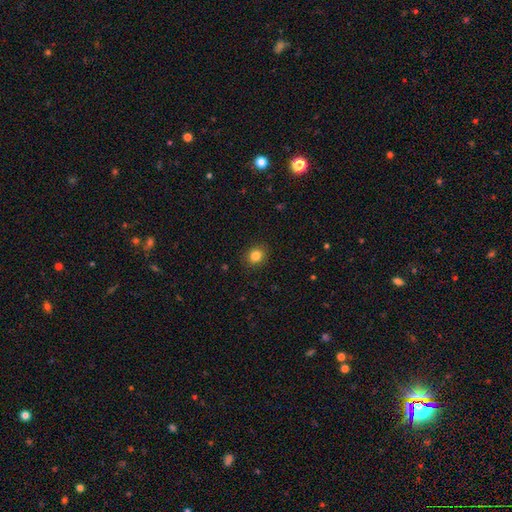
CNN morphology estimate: smooth 84%, star or artifact 11%, featured or disk 5%. Down the decision tree: how rounded — round (74%); merging — none (89%).